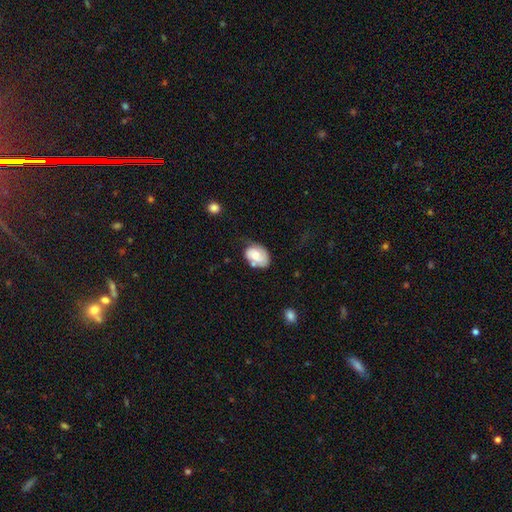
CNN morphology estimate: This is likely a smooth galaxy (64%). How rounded: clearly in between (81%). Merging: marginally none (43%).